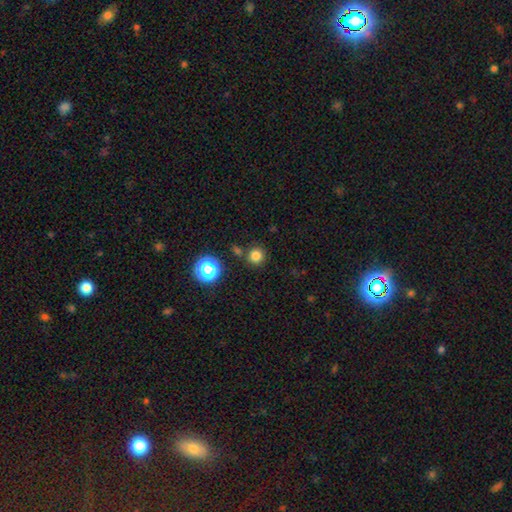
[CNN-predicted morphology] Smooth or featured?
  - smooth: 78% *
  - star or artifact: 17%
  - featured or disk: 5%
How rounded?
  - round: 94% *
  - in between: 5%
  - cigar-shaped: 1%
Merging?
  - none: 81% *
  - merger: 9%
  - minor disturbance: 8%
  - major disturbance: 3%